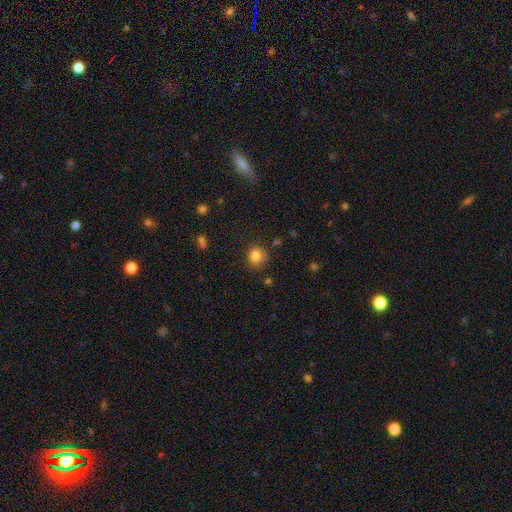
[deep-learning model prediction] smooth_or_featured: smooth (p=0.84) [alt: star or artifact p=0.11]
how_rounded: round (p=0.83) [alt: in between p=0.16]
merging: none (p=0.82) [alt: minor disturbance p=0.13]